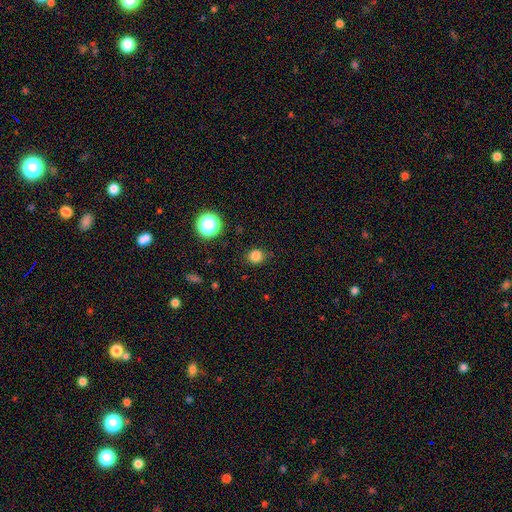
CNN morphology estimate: type=smooth (82%); roundness=round (81%); merging=none (83%).